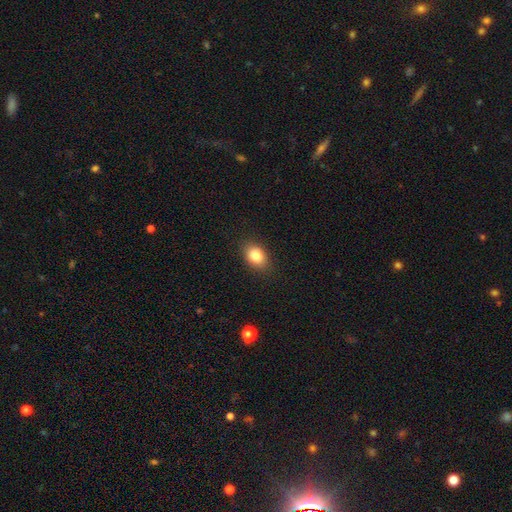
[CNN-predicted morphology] smooth-or-featured: smooth: 85% | star or artifact: 9% | featured or disk: 6%
  how-rounded: in between: 74% | round: 24% | cigar-shaped: 1%
  merging: none: 86% | minor disturbance: 10% | major disturbance: 3% | merger: 1%